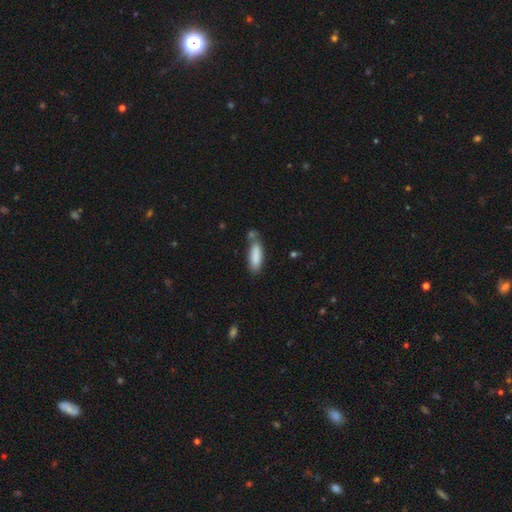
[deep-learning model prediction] Smooth or featured? Predicted: smooth (p=0.86). How rounded? Predicted: in between (p=0.50). Merging? Predicted: none (p=0.58).